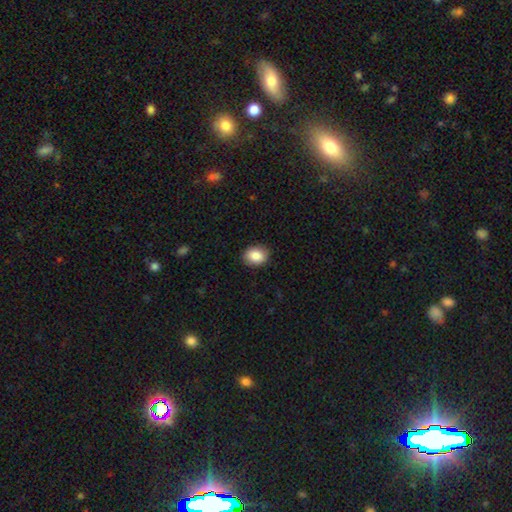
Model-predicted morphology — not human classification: Smooth or featured: smooth — 87% (star or artifact — 8%)
How rounded: in between — 58% (round — 41%)
Merging: none — 89% (minor disturbance — 8%)